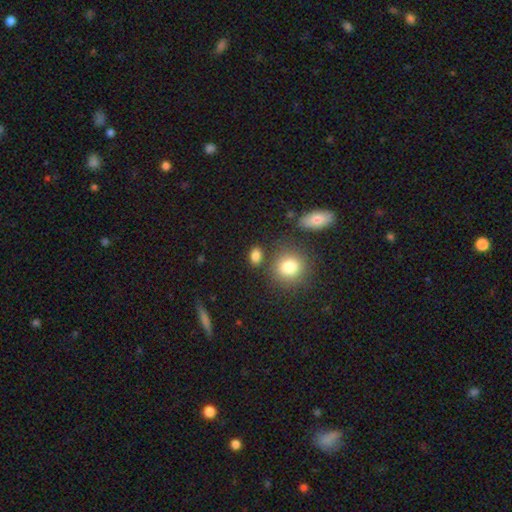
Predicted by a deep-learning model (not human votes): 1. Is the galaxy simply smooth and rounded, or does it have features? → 83% smooth, 12% star or artifact, 6% featured or disk.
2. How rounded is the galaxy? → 67% in between, 30% round, 3% cigar-shaped.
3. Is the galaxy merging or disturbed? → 76% none, 11% minor disturbance, 8% merger, 4% major disturbance.